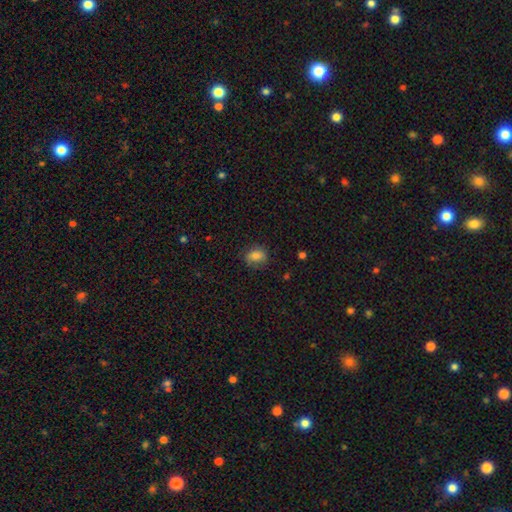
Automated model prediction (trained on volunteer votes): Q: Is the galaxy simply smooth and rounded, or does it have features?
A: smooth — 81%.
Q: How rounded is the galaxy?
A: in between — 55%.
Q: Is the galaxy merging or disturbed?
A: none — 78%.